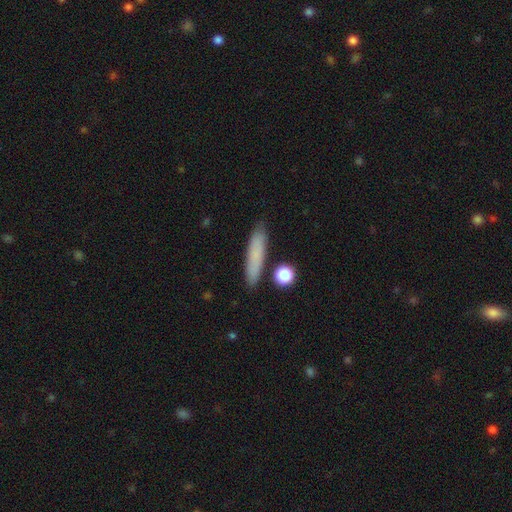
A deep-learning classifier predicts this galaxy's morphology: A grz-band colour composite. It shows a smooth galaxy with no disk features (76%) that is cigar-shaped (80%). Merging: none (83%).